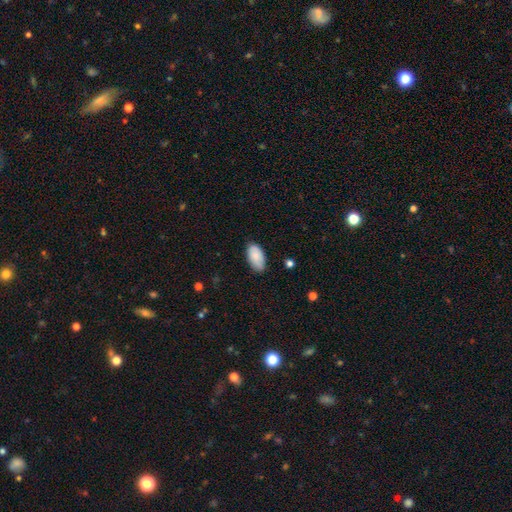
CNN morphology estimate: A smooth galaxy with no disk features (84%) that is in between round and cigar-shaped (95%).

Vote fractions:
- Smooth or featured? smooth: 84% / featured or disk: 10% / star or artifact: 6%
- How rounded? in between: 95% / cigar-shaped: 3% / round: 2%
- Merging? none: 80% / minor disturbance: 17% / major disturbance: 2% / merger: 1%